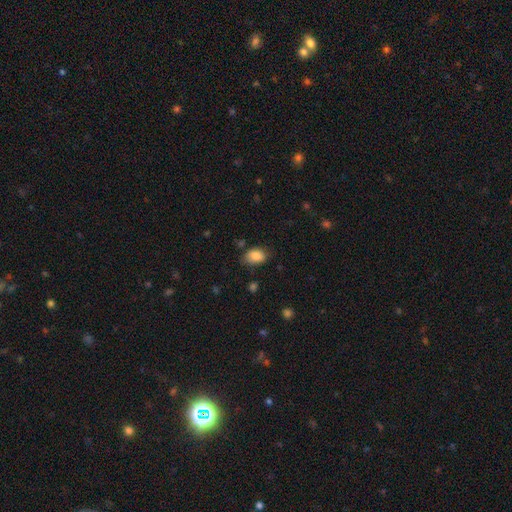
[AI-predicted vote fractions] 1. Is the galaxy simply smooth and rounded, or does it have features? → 84% smooth, 8% star or artifact, 8% featured or disk.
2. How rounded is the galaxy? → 79% in between, 20% round, 1% cigar-shaped.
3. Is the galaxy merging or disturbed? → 70% none, 23% minor disturbance, 5% major disturbance, 2% merger.